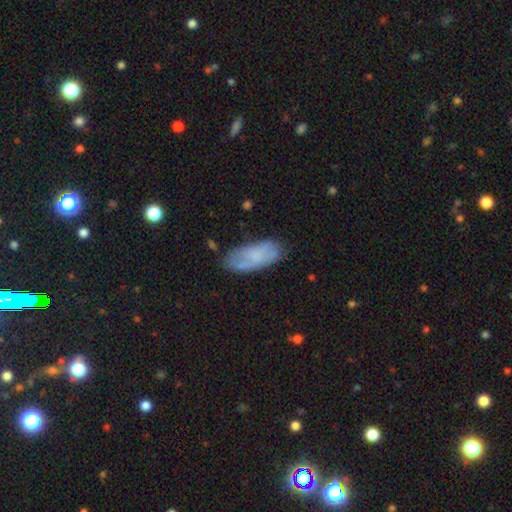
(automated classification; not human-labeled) smooth-or-featured: smooth: 64% | featured or disk: 29% | star or artifact: 8%
  how-rounded: in between: 83% | cigar-shaped: 14% | round: 2%
  merging: none: 69% | minor disturbance: 22% | major disturbance: 6% | merger: 3%